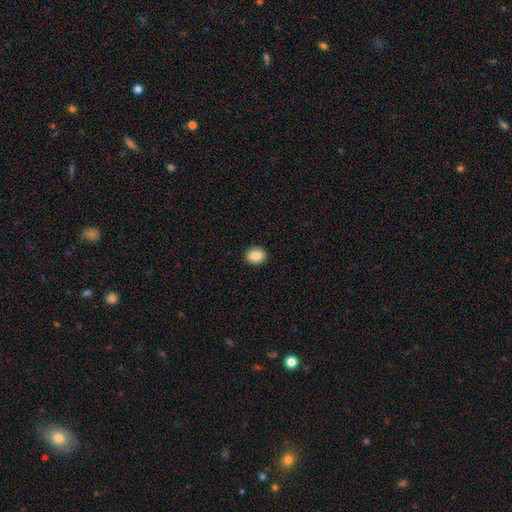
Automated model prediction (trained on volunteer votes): This appears to be a smooth galaxy with no disk features (86%) that is round (62%). Merging: none (91%).